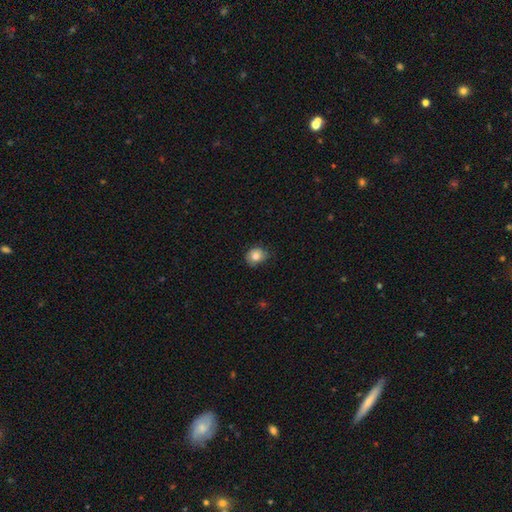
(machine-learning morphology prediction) Smooth or featured: smooth — 80% (featured or disk — 11%)
How rounded: round — 62% (in between — 37%)
Merging: none — 65% (minor disturbance — 28%)